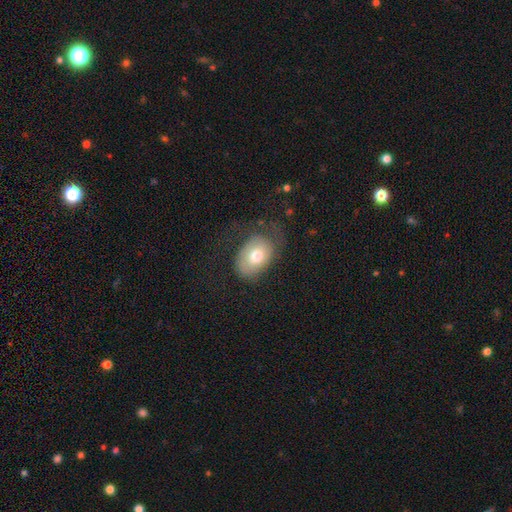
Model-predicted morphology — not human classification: Q: Smooth or featured?
A: smooth (66%); runner-up: featured or disk (26%)
Q: How rounded?
A: in between (82%); runner-up: round (17%)
Q: Merging?
A: none (55%); runner-up: minor disturbance (25%)